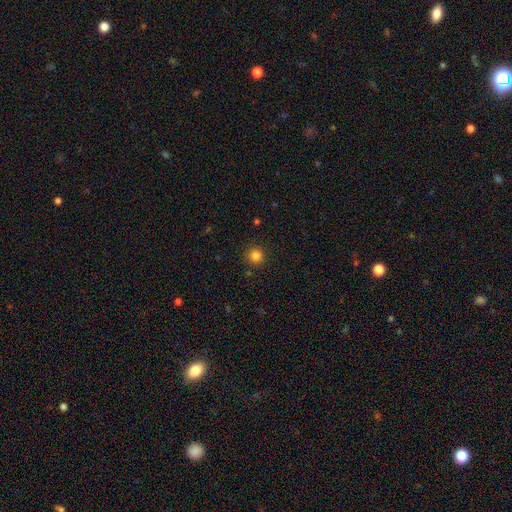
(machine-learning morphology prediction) Q: Smooth or featured?
A: smooth (82%); runner-up: star or artifact (13%)
Q: How rounded?
A: round (95%); runner-up: in between (5%)
Q: Merging?
A: none (90%); runner-up: minor disturbance (6%)